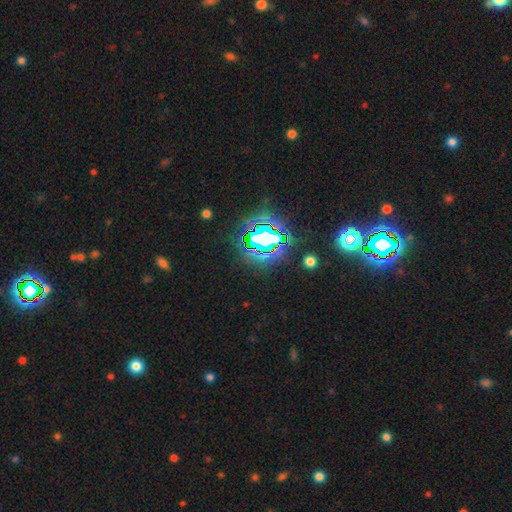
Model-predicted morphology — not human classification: type=star or artifact (84%).